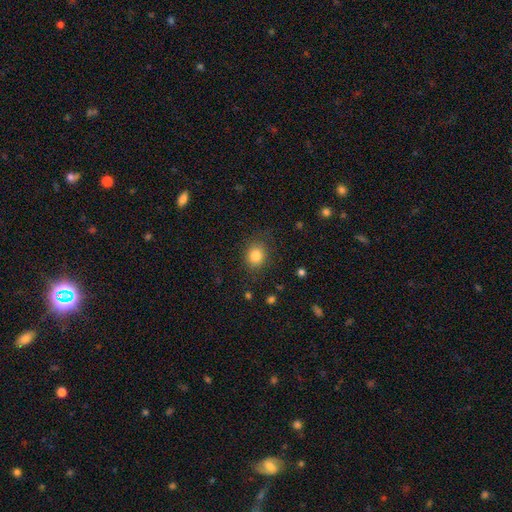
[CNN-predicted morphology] Overall: smooth (84%). How rounded: round (70%). Merging: none (82%).